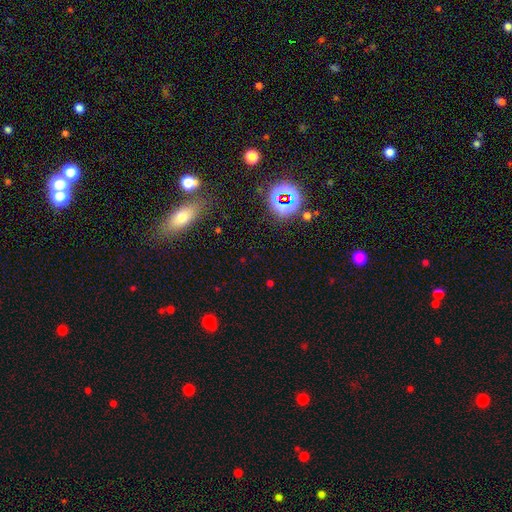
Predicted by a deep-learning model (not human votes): Morphology: type=star or artifact (65%).